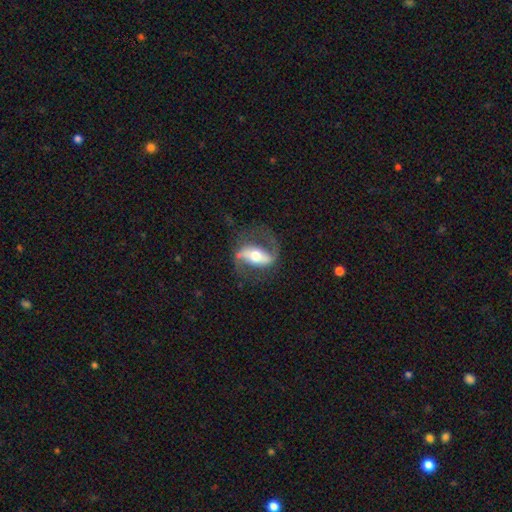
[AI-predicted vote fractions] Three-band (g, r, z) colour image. It shows a featured or disk galaxy (82%) with a strong bar (56%), 2 (89%) loose (48%) spiral arms (89%) and a moderate central bulge (66%). Merging: none (67%).